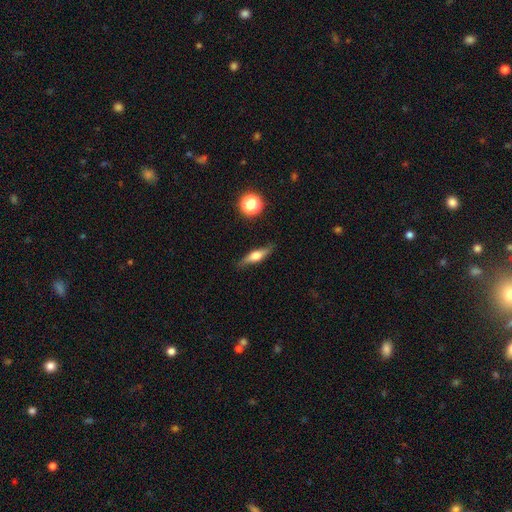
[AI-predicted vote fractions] smooth_or_featured: featured or disk (p=0.46) [tied with: smooth p=0.46]
merging: none (p=0.83) [alt: minor disturbance p=0.12]